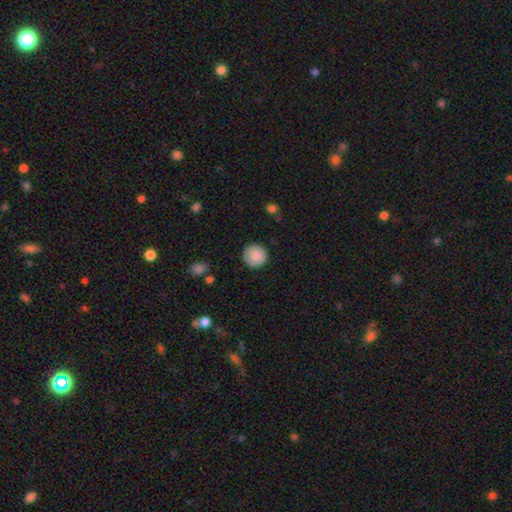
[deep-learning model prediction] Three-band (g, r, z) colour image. It shows a smooth galaxy with no disk features (87%) that is round (95%). Merging: none (89%).